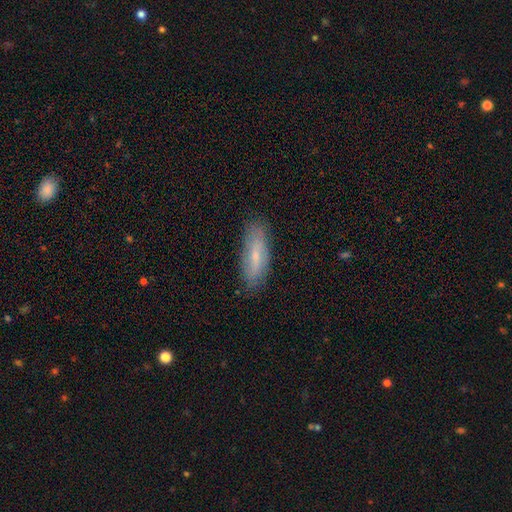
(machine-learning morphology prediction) This appears to be a smooth galaxy with no disk features (54%) that is in between round and cigar-shaped (54%). Merging: none (83%).